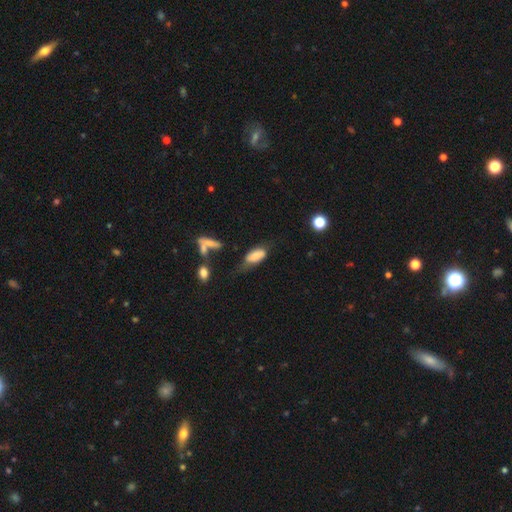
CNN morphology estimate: The model was most divided on "merging": none: 35%, minor disturbance: 33%, major disturbance: 25%, merger: 8%. More confident: how rounded — in between (86%); smooth or featured — smooth (74%).